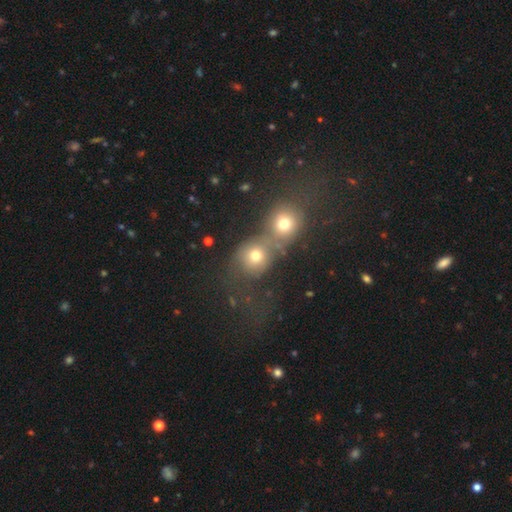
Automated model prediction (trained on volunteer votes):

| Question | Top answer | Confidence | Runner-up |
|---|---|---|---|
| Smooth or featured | smooth | 67% | star or artifact (18%) |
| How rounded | round | 79% | in between (20%) |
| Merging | merger | 67% | none (22%) |